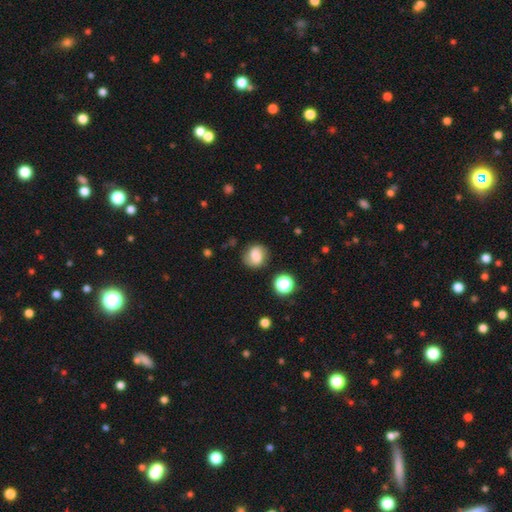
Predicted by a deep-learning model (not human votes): Smooth or featured? Predicted: smooth (p=0.51). How rounded? Predicted: round (p=0.71). Merging? Predicted: none (p=0.77).